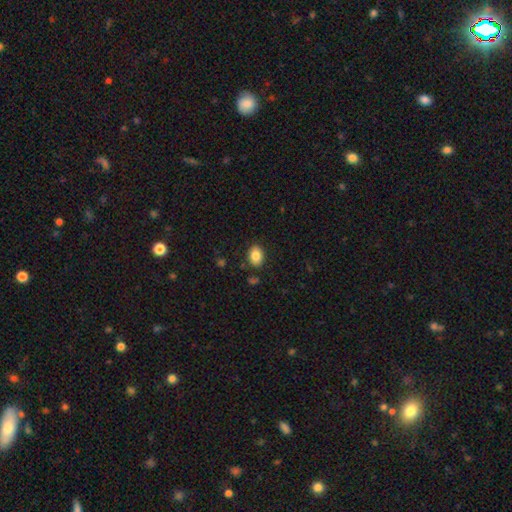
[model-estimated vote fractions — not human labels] smooth-or-featured: smooth: 85% | star or artifact: 8% | featured or disk: 6%
  how-rounded: in between: 74% | round: 25% | cigar-shaped: 1%
  merging: none: 86% | minor disturbance: 10% | major disturbance: 2% | merger: 2%